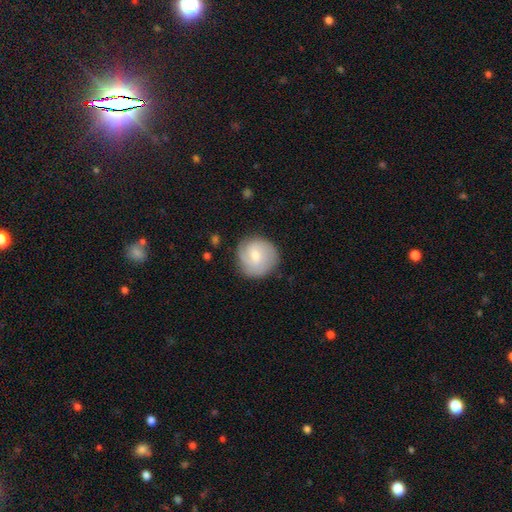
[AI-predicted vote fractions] This is possibly a featured or disk galaxy (56%). It is clearly not viewed edge-on (98%). Bar: possibly weak (49%). Spiral arm pattern: clearly yes (90%). Central bulge: possibly moderate (49%). Merging: clearly none (83%).